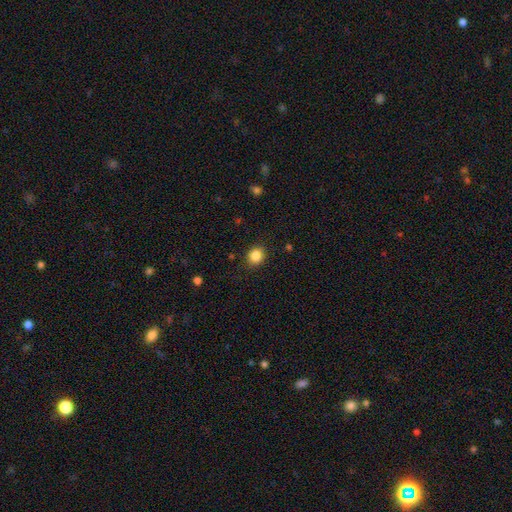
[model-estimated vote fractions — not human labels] This is clearly a smooth galaxy (86%). How rounded: likely round (78%). Merging: clearly none (88%).